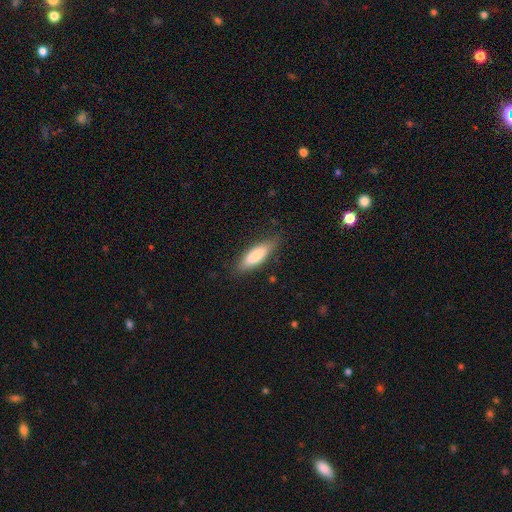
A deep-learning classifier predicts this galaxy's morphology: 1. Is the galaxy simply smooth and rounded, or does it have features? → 76% smooth, 18% featured or disk, 6% star or artifact.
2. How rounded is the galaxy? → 55% in between, 43% cigar-shaped, 2% round.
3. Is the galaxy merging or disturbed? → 79% none, 16% minor disturbance, 3% major disturbance, 1% merger.